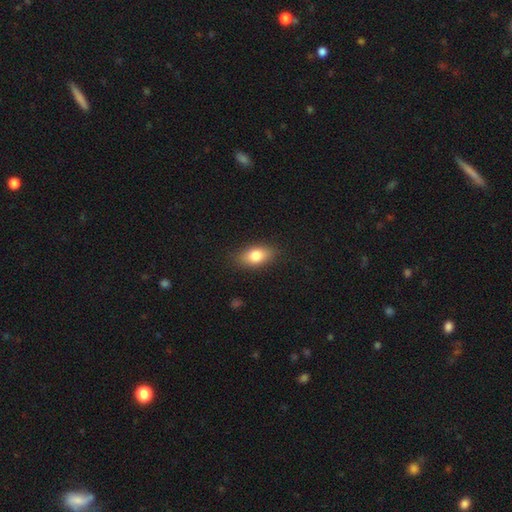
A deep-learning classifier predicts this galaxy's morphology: Smooth or featured: smooth — 79% (featured or disk — 13%)
How rounded: in between — 84% (round — 9%)
Merging: none — 85% (minor disturbance — 11%)